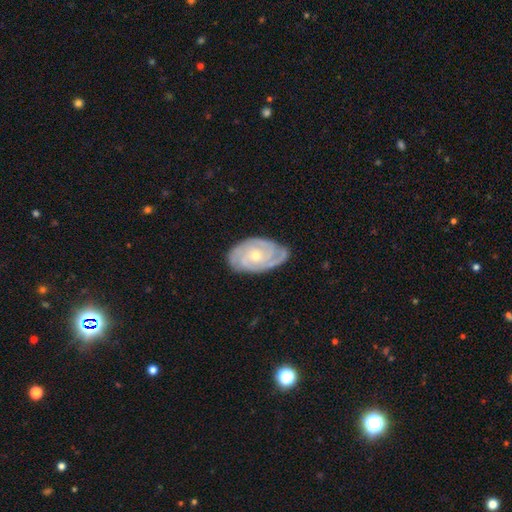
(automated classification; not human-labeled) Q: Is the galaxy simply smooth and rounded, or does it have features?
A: featured or disk — 87%.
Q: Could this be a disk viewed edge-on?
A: no — 96%.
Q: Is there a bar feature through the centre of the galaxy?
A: no — 73%.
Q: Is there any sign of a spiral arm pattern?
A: yes — 97%.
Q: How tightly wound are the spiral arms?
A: tight — 71%.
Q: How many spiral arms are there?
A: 3 — 40%.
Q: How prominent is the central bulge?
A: small — 53%.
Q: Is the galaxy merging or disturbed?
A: none — 77%.